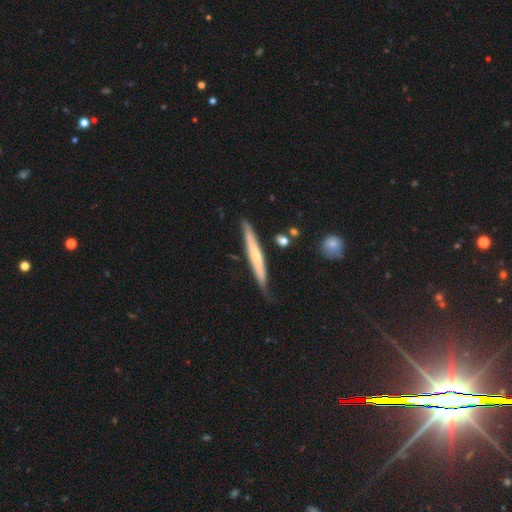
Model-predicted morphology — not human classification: Smooth or featured: featured or disk — 57% (smooth — 38%)
Edge-on disk: yes — 91% (no — 9%)
Edge-on bulge: rounded — 50% (none — 45%)
Merging: none — 74% (minor disturbance — 20%)